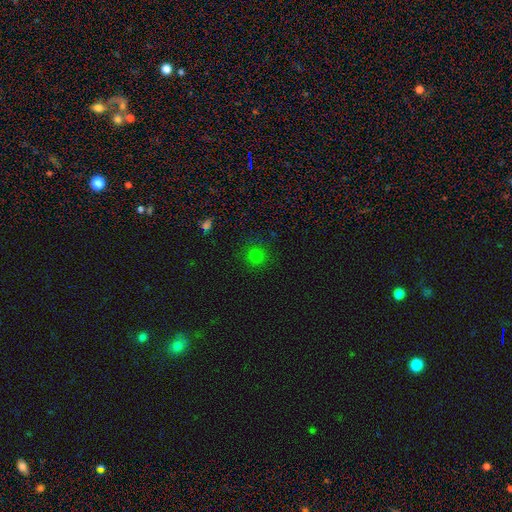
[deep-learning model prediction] smooth-or-featured: smooth: 76% | star or artifact: 20% | featured or disk: 4%
  how-rounded: round: 92% | in between: 7% | cigar-shaped: 1%
  merging: none: 87% | minor disturbance: 8% | major disturbance: 3% | merger: 2%